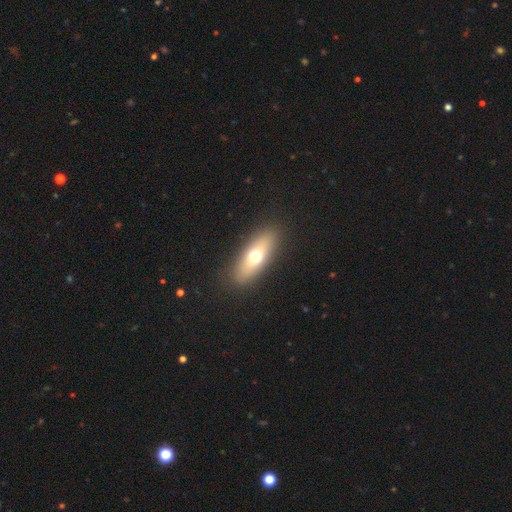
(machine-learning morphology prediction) Smooth or featured?
  - smooth: 57% *
  - featured or disk: 34%
  - star or artifact: 8%
How rounded?
  - in between: 54% *
  - cigar-shaped: 42%
  - round: 4%
Merging?
  - none: 90% *
  - minor disturbance: 7%
  - major disturbance: 2%
  - merger: 1%